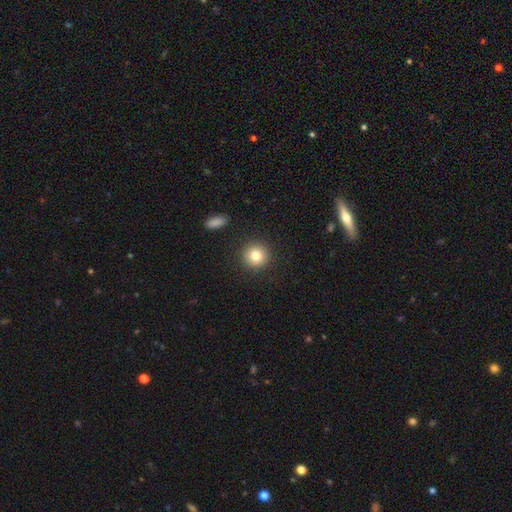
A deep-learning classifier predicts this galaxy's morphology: This appears to be a smooth galaxy with no disk features (82%) that is round (93%). Merging: none (89%).